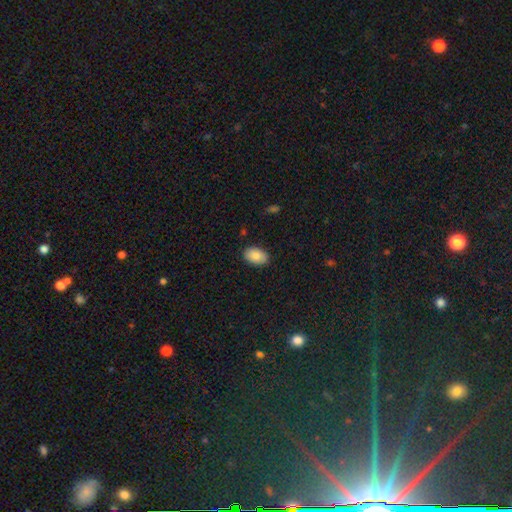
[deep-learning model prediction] Smooth or featured?
  - smooth: 87% *
  - star or artifact: 7%
  - featured or disk: 6%
How rounded?
  - in between: 92% *
  - round: 6%
  - cigar-shaped: 1%
Merging?
  - none: 87% *
  - minor disturbance: 10%
  - major disturbance: 2%
  - merger: 1%